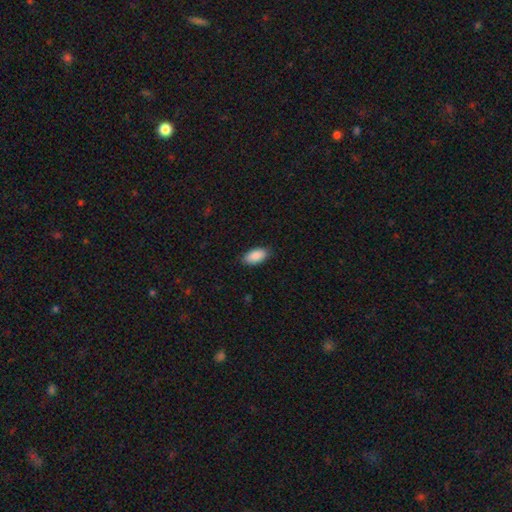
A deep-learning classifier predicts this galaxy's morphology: This appears to be a smooth galaxy with no disk features (90%) that is in between round and cigar-shaped (94%). Merging: none (86%).